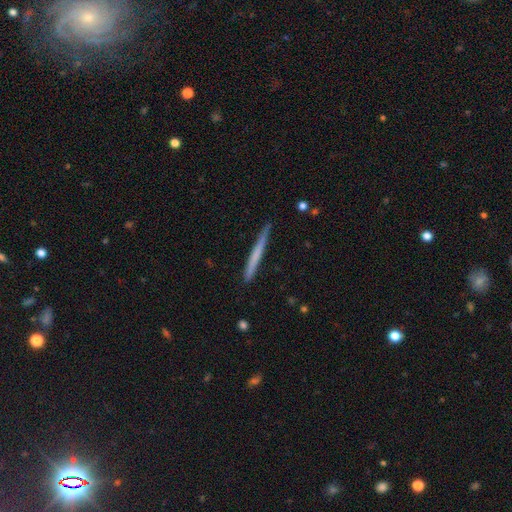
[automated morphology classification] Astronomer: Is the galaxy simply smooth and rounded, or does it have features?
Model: smooth — 57% (runner-up: featured or disk, 38%).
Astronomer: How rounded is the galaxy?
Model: cigar-shaped — 97%.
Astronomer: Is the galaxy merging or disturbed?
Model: none — 89%.